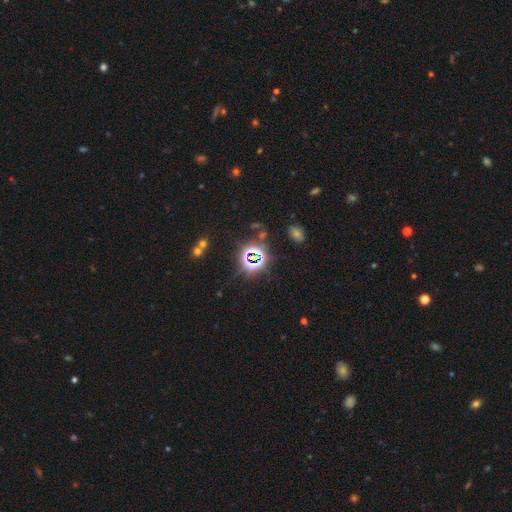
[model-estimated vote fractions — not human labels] Smooth or featured: star or artifact — 76% (smooth — 15%)